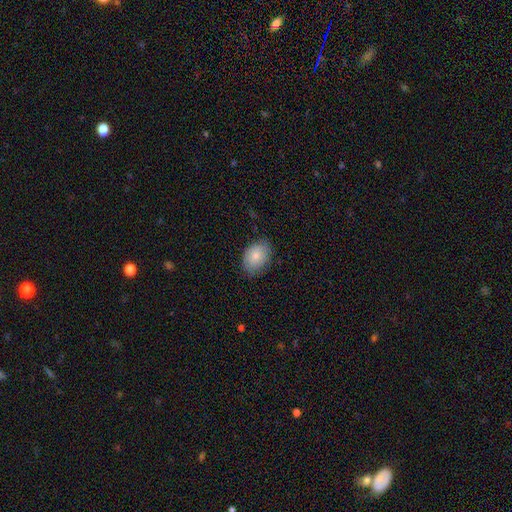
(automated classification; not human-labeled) The model was most divided on "how rounded": in between: 76%, round: 23%, cigar-shaped: 1%. More confident: smooth or featured — smooth (79%); merging — none (76%).